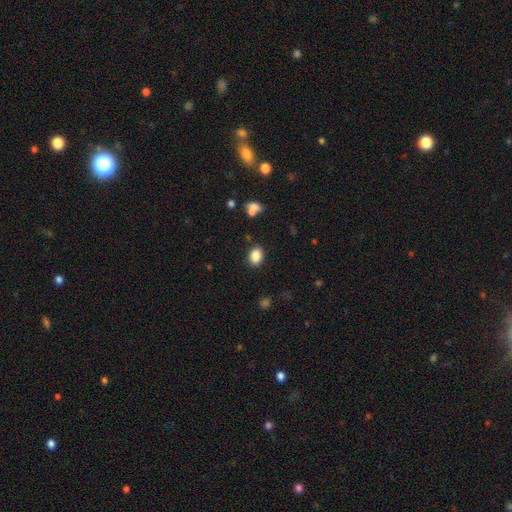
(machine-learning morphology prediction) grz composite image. It shows a smooth galaxy with no disk features (86%) that is in between round and cigar-shaped (69%). Merging: none (85%).